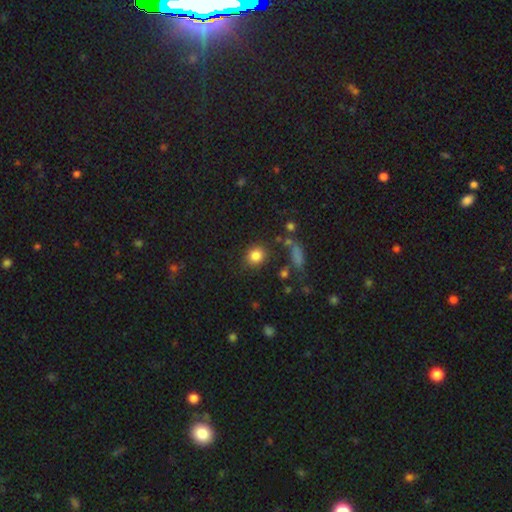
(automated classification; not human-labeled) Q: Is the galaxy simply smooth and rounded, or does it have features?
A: smooth — 84%.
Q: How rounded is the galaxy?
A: round — 70%.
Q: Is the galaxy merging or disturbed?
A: none — 81%.